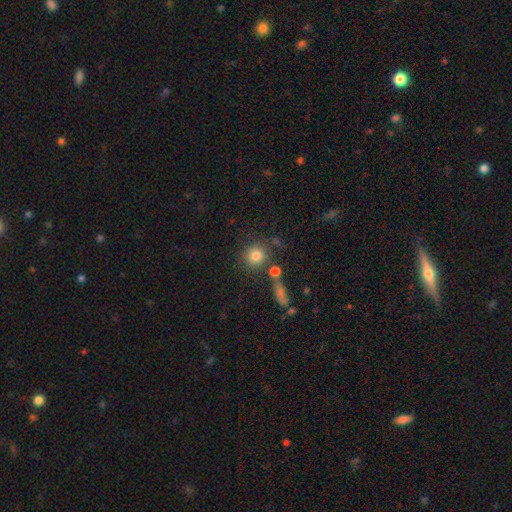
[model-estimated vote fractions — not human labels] The model was most divided on "merging": none: 73%, merger: 12%, minor disturbance: 10%, major disturbance: 5%. More confident: how rounded — round (90%); smooth or featured — smooth (79%).